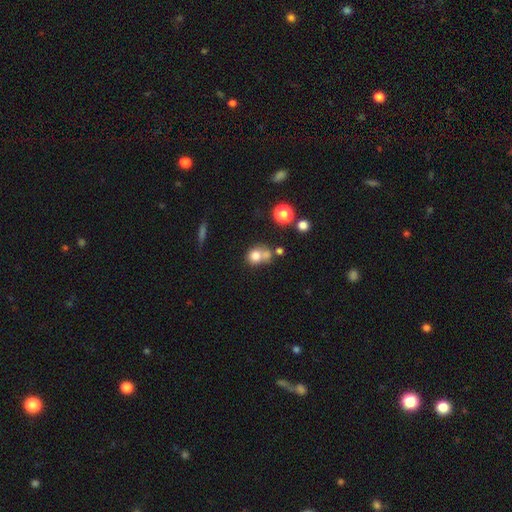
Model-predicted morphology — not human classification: Q: Smooth or featured?
A: smooth (74%); runner-up: featured or disk (14%)
Q: How rounded?
A: round (71%); runner-up: in between (28%)
Q: Merging?
A: merger (45%); runner-up: none (35%)